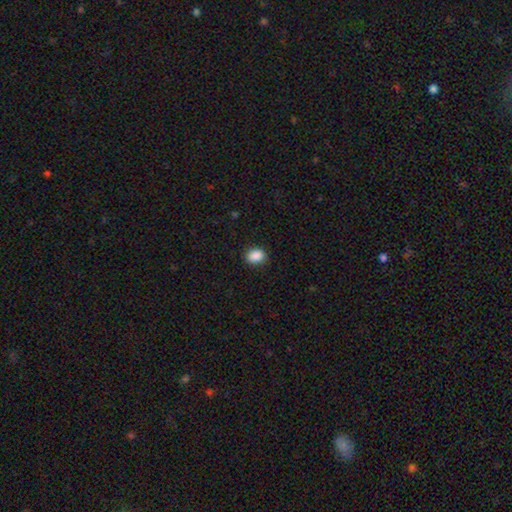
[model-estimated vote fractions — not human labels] smooth 89%, star or artifact 8%, featured or disk 2%. Down the decision tree: how rounded — in between (67%); merging — none (88%).